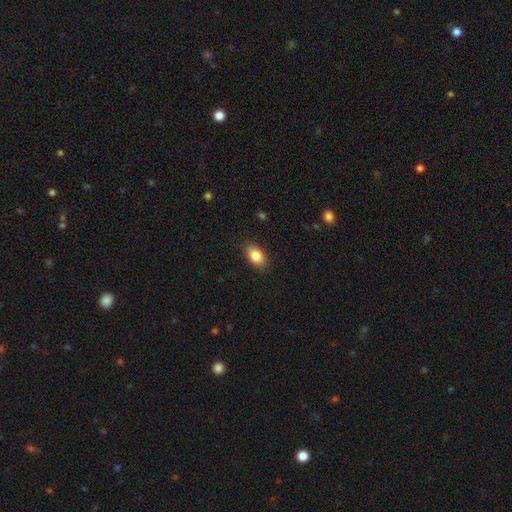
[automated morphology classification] smooth-or-featured: smooth: 85% | star or artifact: 8% | featured or disk: 7%
  how-rounded: in between: 88% | round: 10% | cigar-shaped: 2%
  merging: none: 87% | minor disturbance: 10% | major disturbance: 2% | merger: 1%